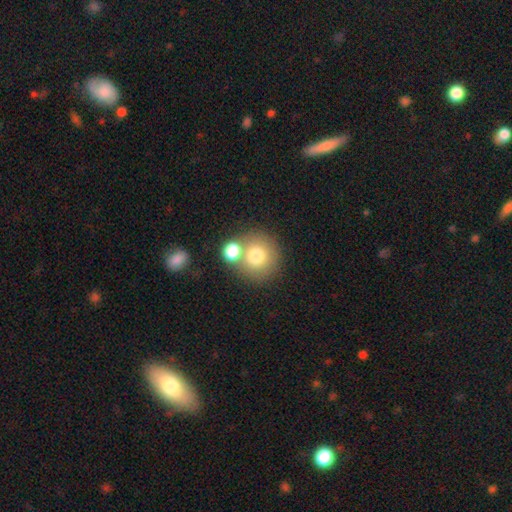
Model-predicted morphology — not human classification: Smooth or featured? smooth (75%)
How rounded? round (92%)
Merging? none (60%)